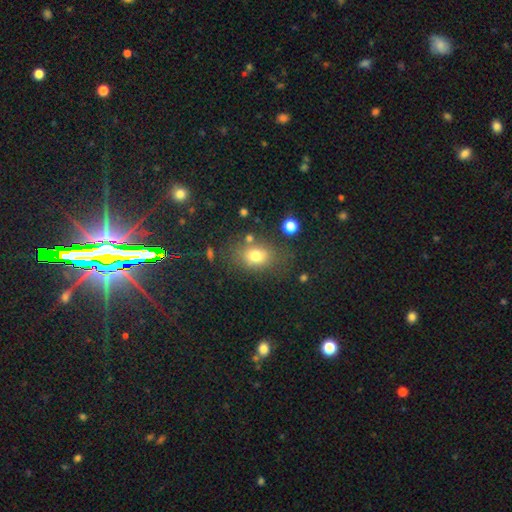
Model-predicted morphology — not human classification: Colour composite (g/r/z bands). It shows a smooth galaxy with no disk features (75%) that is in between round and cigar-shaped (58%). Merging: none (69%).